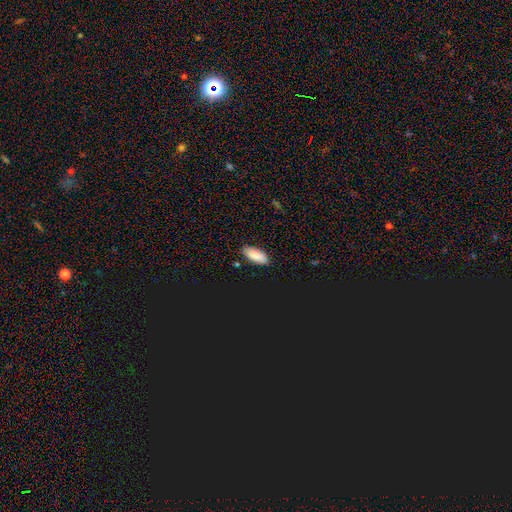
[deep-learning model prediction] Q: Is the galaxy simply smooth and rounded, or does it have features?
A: smooth — 85%.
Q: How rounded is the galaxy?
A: in between — 85%.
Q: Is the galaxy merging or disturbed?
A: none — 86%.